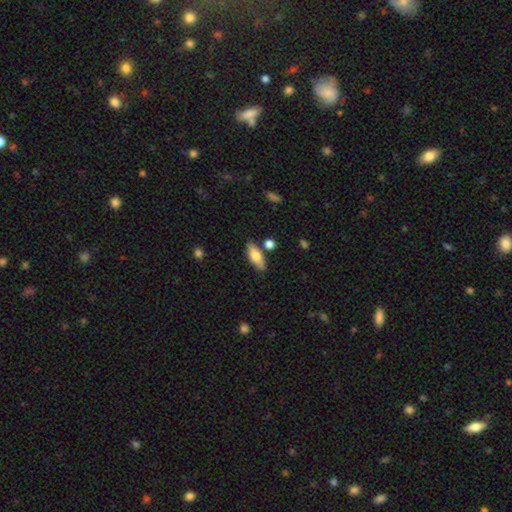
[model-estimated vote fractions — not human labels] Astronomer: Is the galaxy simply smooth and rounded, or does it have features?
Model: smooth — 74%.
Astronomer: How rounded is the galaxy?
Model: in between — 74%.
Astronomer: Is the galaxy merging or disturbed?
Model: none — 80%.